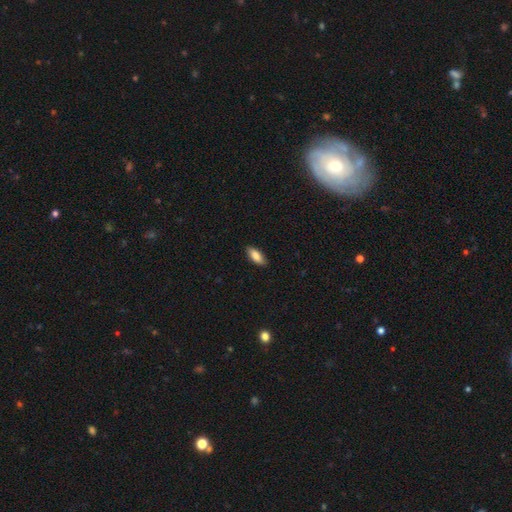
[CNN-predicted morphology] Q: Smooth or featured?
A: smooth (85%); runner-up: featured or disk (9%)
Q: How rounded?
A: in between (81%); runner-up: cigar-shaped (17%)
Q: Merging?
A: none (89%); runner-up: minor disturbance (8%)